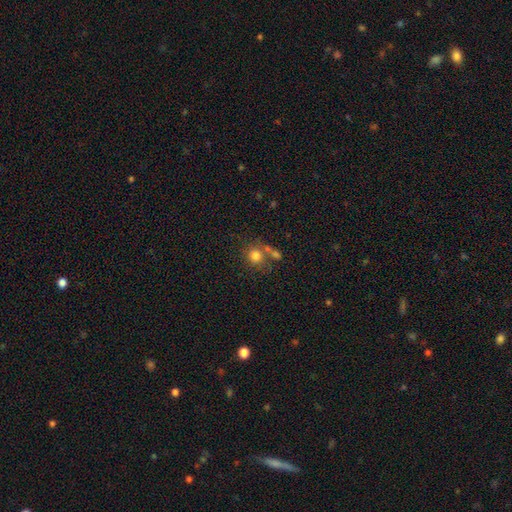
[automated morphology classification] Smooth or featured? Predicted: smooth (p=0.78). How rounded? Predicted: round (p=0.79). Merging? Predicted: none (p=0.53).